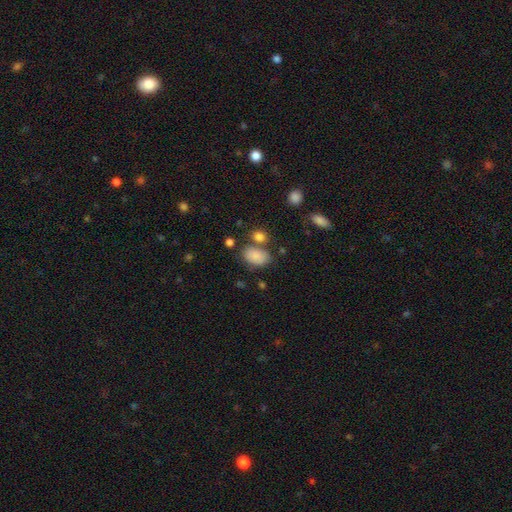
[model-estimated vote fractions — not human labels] This is clearly a smooth galaxy (86%). How rounded: clearly in between (88%). Merging: likely none (66%).